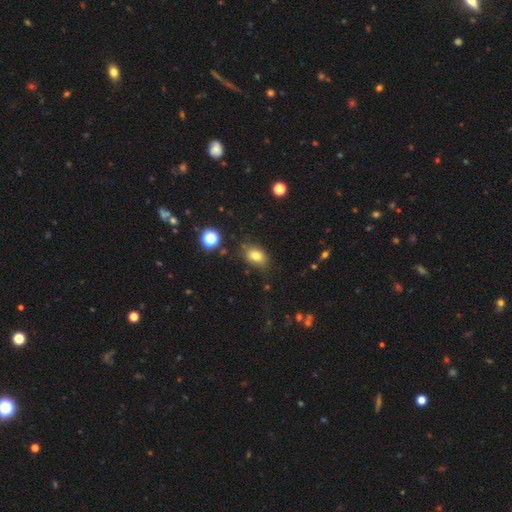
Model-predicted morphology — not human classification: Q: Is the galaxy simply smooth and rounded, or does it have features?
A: smooth — 78%.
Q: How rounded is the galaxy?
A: in between — 74%.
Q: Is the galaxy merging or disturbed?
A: none — 75%.